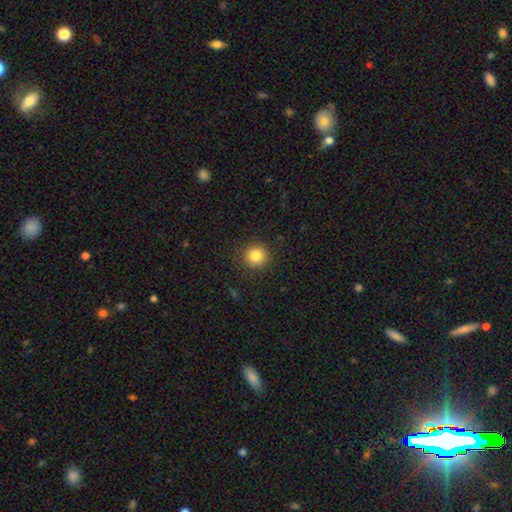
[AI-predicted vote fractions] A smooth galaxy with no disk features (84%) that is round (92%). Merging: none (90%).